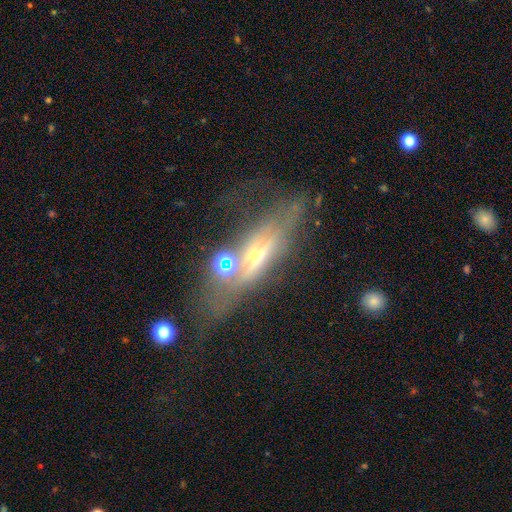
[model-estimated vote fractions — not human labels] featured or disk 65%, smooth 21%, star or artifact 14%. Down the decision tree: edge-on disk — yes (69%); merging — none (41%).